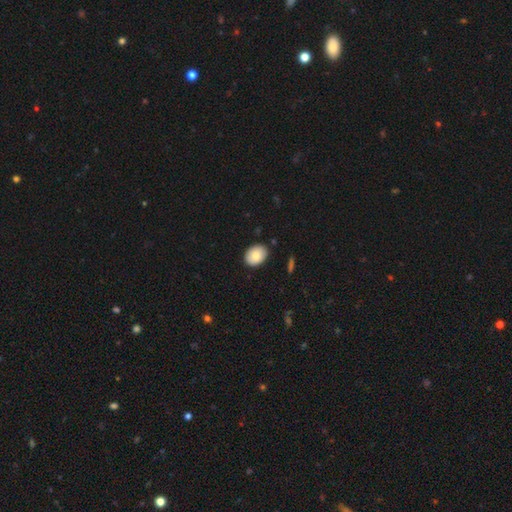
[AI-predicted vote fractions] Overall: smooth (82%). How rounded: in between (73%). Merging: none (86%).